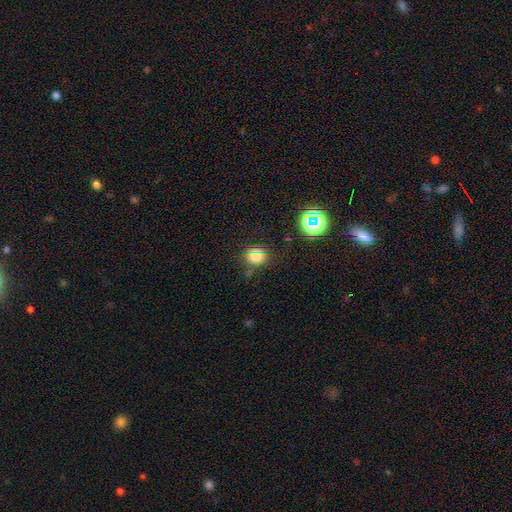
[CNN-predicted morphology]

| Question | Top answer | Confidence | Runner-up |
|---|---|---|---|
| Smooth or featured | smooth | 59% | star or artifact (31%) |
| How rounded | in between | 51% | round (45%) |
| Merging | none | 75% | minor disturbance (15%) |